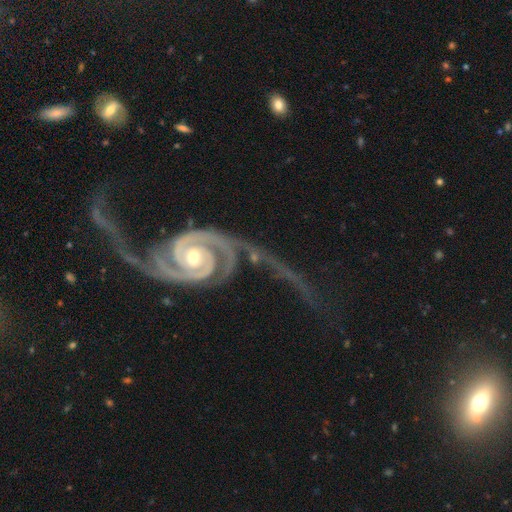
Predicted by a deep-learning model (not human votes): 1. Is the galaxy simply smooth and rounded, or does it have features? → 93% featured or disk, 5% star or artifact, 3% smooth.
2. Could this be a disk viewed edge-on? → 97% no, 3% yes.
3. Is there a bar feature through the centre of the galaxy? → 56% no, 28% weak, 16% strong.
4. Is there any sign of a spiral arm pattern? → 98% yes, 2% no.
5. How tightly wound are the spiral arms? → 46% medium, 33% loose, 21% tight.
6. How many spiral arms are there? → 92% 2, 2% 3, 2% can't tell, 2% 1, 1% 4, 1% more than 4.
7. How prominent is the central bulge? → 51% moderate, 42% small, 4% large, 1% none, 1% dominant.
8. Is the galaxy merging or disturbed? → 55% none, 22% major disturbance, 18% minor disturbance, 5% merger.